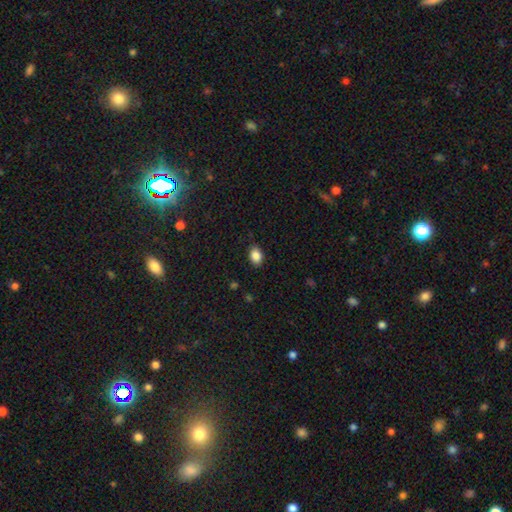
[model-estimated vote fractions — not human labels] Smooth or featured: smooth — 88% (star or artifact — 8%)
How rounded: in between — 80% (round — 19%)
Merging: none — 87% (minor disturbance — 10%)